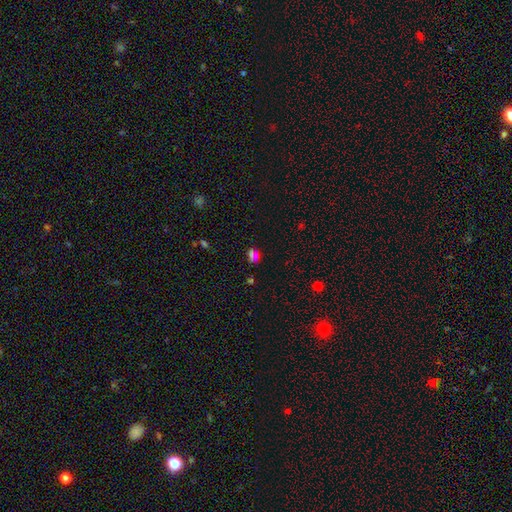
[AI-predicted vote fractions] A smooth galaxy with no disk features (46%). Merging: none (77%).